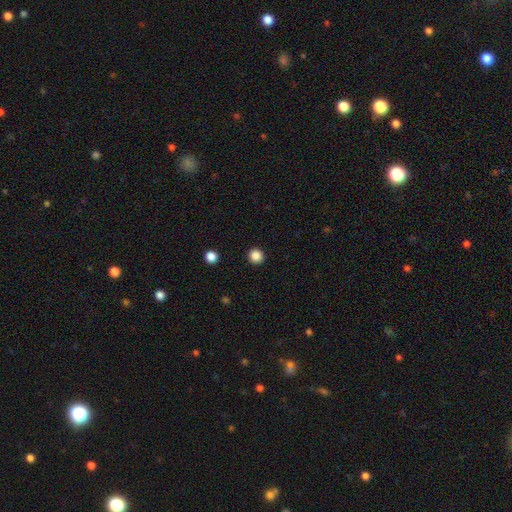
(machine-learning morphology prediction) A smooth galaxy with no disk features (86%) that is round (94%).

Vote fractions:
- Smooth or featured? smooth: 86% / star or artifact: 11% / featured or disk: 3%
- How rounded? round: 94% / in between: 5% / cigar-shaped: 1%
- Merging? none: 93% / minor disturbance: 4% / major disturbance: 2% / merger: 1%